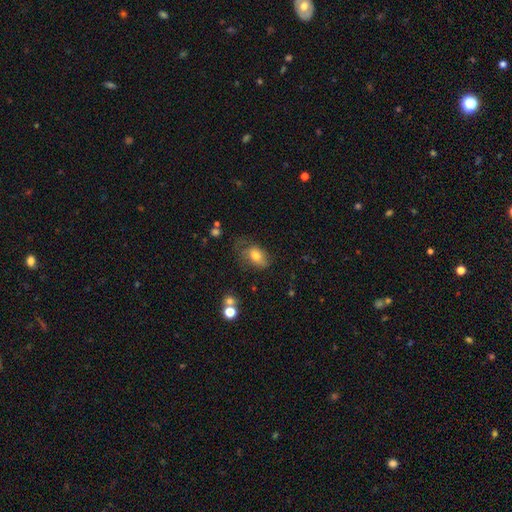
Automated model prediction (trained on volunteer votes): Morphology: type=smooth (73%); roundness=in between (84%); merging=none (49%).